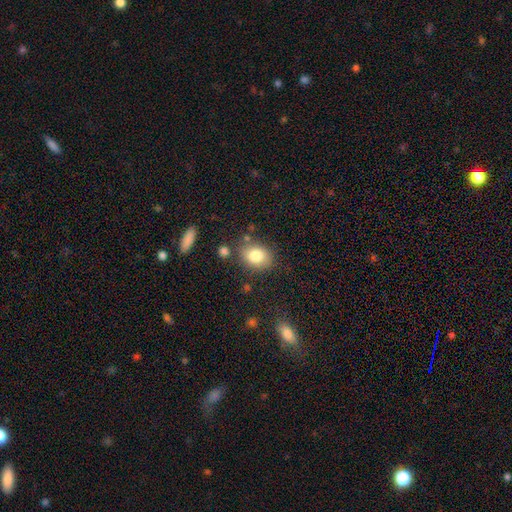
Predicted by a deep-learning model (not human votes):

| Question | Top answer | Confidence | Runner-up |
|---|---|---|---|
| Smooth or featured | smooth | 81% | featured or disk (10%) |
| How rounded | in between | 62% | round (37%) |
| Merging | none | 76% | minor disturbance (14%) |